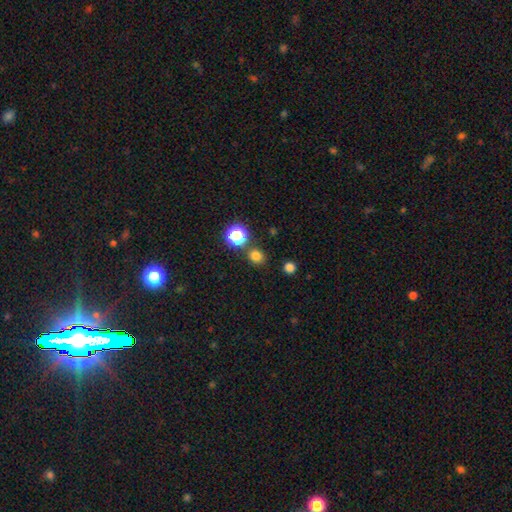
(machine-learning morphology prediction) The model was most divided on "smooth or featured": smooth: 76%, star or artifact: 19%, featured or disk: 5%. More confident: how rounded — round (84%); merging — none (83%).